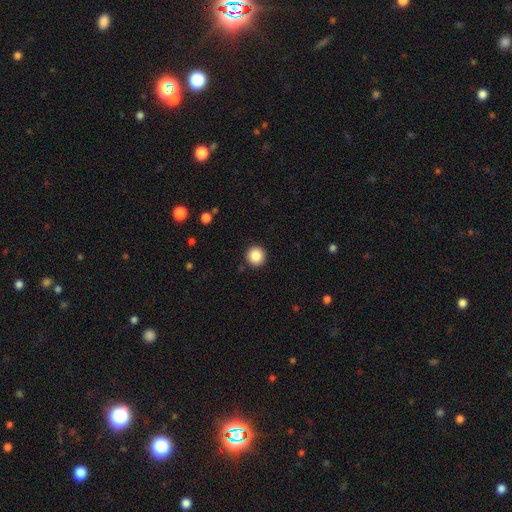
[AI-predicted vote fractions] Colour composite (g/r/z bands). It shows a smooth galaxy with no disk features (87%) that is round (95%). Merging: none (92%).